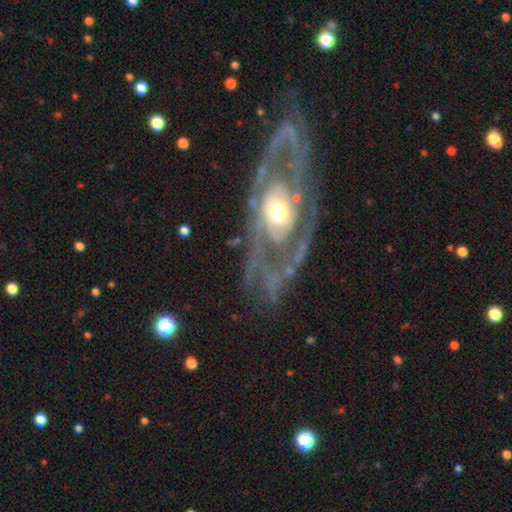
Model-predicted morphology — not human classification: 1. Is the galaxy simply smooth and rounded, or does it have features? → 86% featured or disk, 8% smooth, 5% star or artifact.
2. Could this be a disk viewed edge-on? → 90% no, 10% yes.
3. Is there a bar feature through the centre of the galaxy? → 72% no, 18% weak, 10% strong.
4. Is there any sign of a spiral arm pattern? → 79% yes, 21% no.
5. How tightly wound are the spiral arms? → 46% tight, 38% medium, 16% loose.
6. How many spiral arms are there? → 56% 2, 23% can't tell, 8% 3, 6% 1, 4% 4, 4% more than 4.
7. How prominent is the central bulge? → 62% moderate, 20% small, 15% large, 2% dominant, 1% none.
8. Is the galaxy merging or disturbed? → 73% none, 15% minor disturbance, 11% major disturbance, 2% merger.